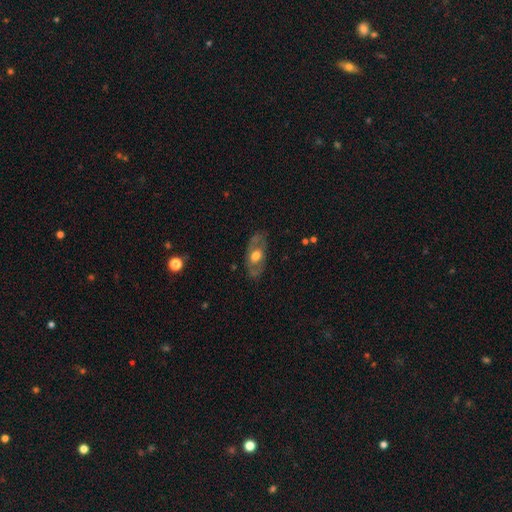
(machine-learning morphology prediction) smooth_or_featured: featured or disk (p=0.56) [alt: smooth p=0.38]
disk_edge_on: no (p=0.85) [alt: yes p=0.15]
merging: none (p=0.77) [alt: minor disturbance p=0.16]